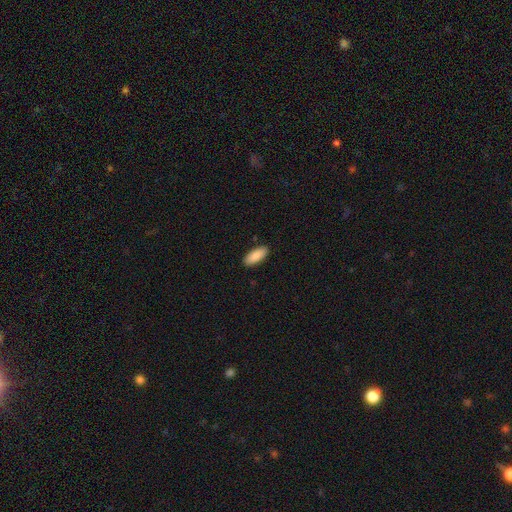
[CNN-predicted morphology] Smooth or featured: smooth — 90% (star or artifact — 6%)
How rounded: in between — 82% (cigar-shaped — 16%)
Merging: none — 90% (minor disturbance — 8%)